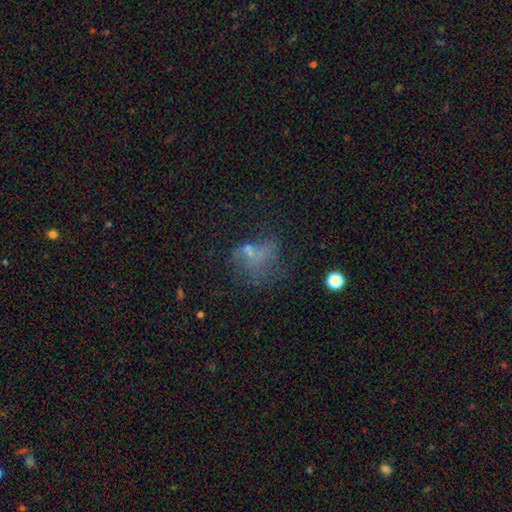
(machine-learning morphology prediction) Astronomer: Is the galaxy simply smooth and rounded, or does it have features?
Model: smooth — 40% (runner-up: featured or disk, 36%).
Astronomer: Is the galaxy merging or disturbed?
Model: major disturbance — 37% (runner-up: none, 33%).